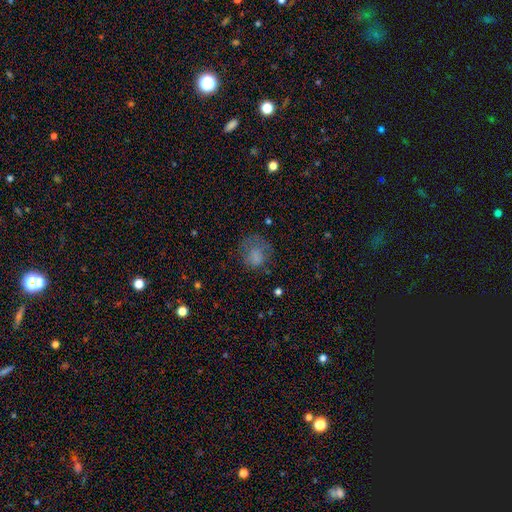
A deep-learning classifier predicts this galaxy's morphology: Overall: smooth (70%). How rounded: round (69%; in between 30%). Merging: none (50%; major disturbance 24%).